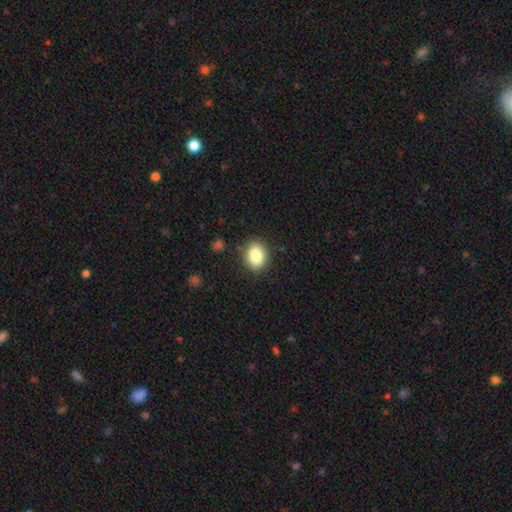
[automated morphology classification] smooth_or_featured: smooth (p=0.85) [alt: star or artifact p=0.09]
how_rounded: in between (p=0.56) [alt: round p=0.43]
merging: none (p=0.87) [alt: minor disturbance p=0.09]